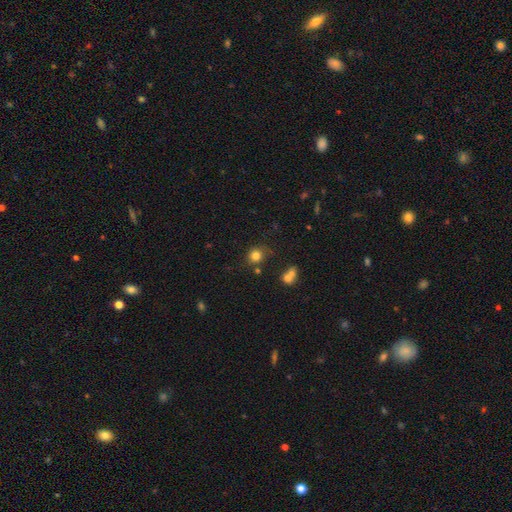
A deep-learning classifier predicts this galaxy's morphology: Smooth or featured?
  - smooth: 81% *
  - star or artifact: 12%
  - featured or disk: 7%
How rounded?
  - round: 81% *
  - in between: 18%
  - cigar-shaped: 1%
Merging?
  - none: 69% *
  - minor disturbance: 16%
  - merger: 9%
  - major disturbance: 6%